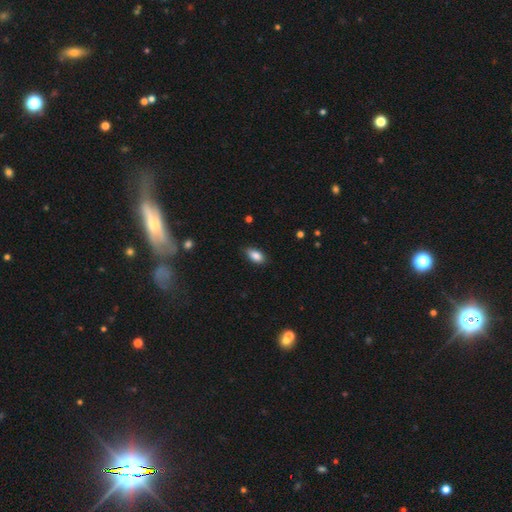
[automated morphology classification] The model was most divided on "merging": none: 79%, minor disturbance: 17%, major disturbance: 3%, merger: 1%. More confident: how rounded — in between (91%); smooth or featured — smooth (86%).